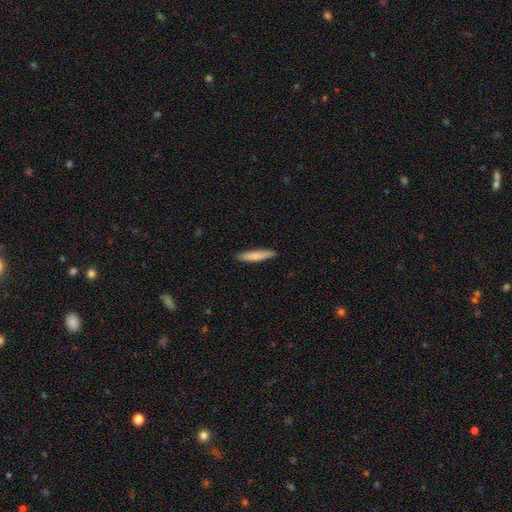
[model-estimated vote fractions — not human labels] This is likely a smooth galaxy (78%). How rounded: clearly cigar-shaped (89%). Merging: clearly none (90%).